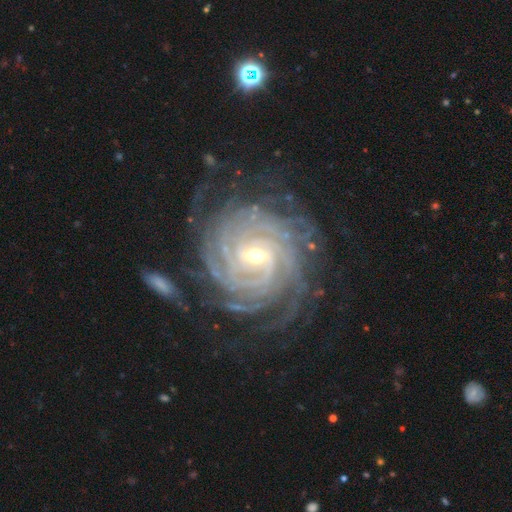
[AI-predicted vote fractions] A featured or disk galaxy (93%) with a weak bar (47%), more than 4 (31%) tight (86%) spiral arms (99%) and a small central bulge (49%). Merging: none (77%).